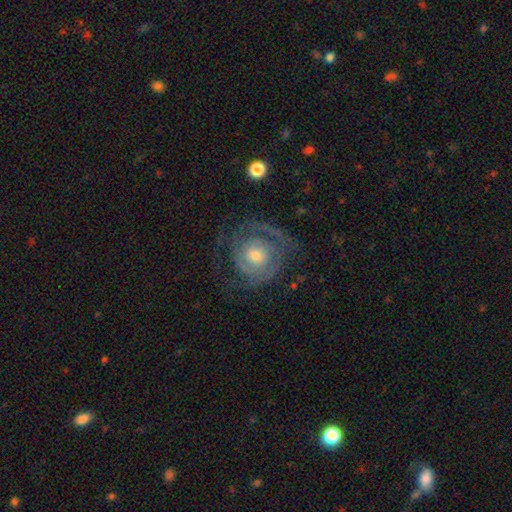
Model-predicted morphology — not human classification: Overall: featured or disk (80%). Edge-on disk: no (97%). Bar: no (72%). Spiral arms: yes (90%). Spiral arm count: 2 (41%; can't tell 27%). Spiral winding: tight (60%; medium 29%). Bulge size: moderate (49%; small 43%). Merging: none (64%).